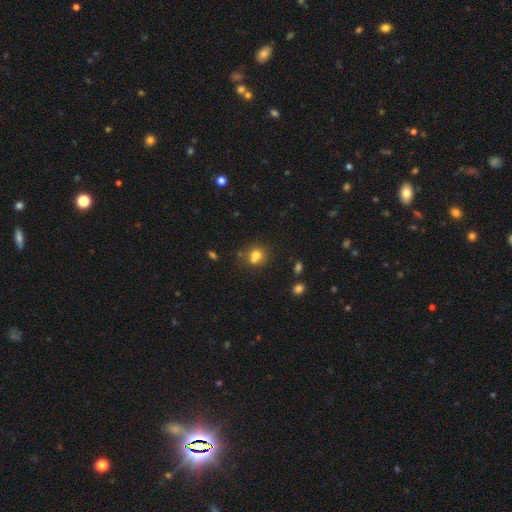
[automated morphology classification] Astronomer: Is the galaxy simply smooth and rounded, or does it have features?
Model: smooth — 74%.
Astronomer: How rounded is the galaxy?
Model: round — 63%.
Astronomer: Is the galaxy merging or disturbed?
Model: none — 52%.